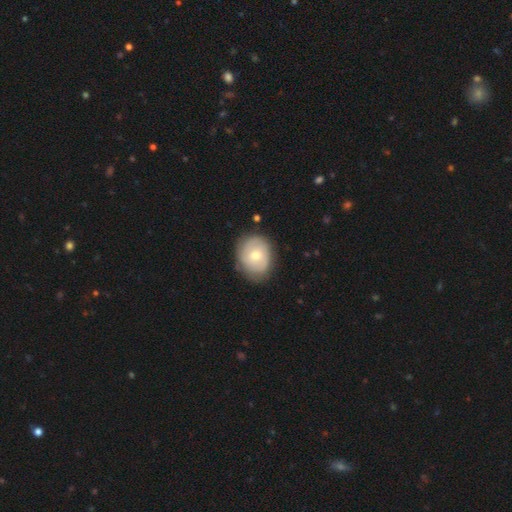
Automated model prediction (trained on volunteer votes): Smooth or featured? Predicted: smooth (p=0.60). How rounded? Predicted: round (p=0.54). Merging? Predicted: none (p=0.72).